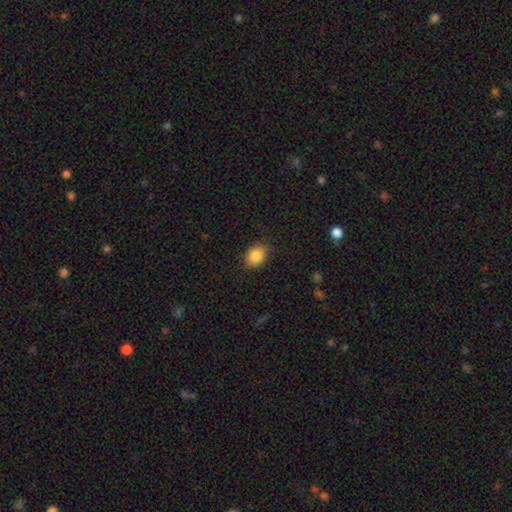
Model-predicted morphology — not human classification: Smooth or featured? smooth (87%)
How rounded? in between (62%)
Merging? none (86%)